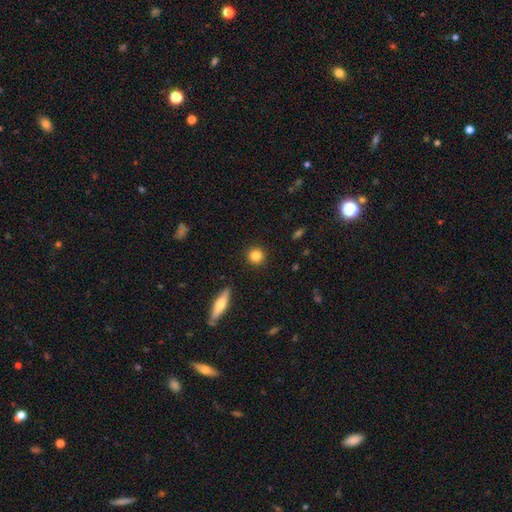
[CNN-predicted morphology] type=smooth (85%); roundness=round (91%); merging=none (91%).